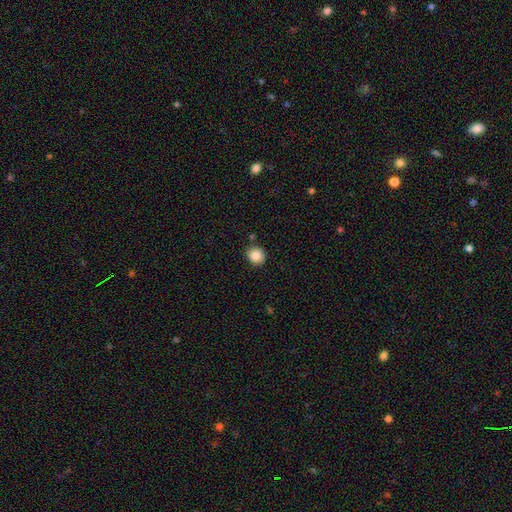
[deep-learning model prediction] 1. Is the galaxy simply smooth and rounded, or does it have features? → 87% smooth, 9% star or artifact, 4% featured or disk.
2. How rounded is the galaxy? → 83% round, 16% in between, 1% cigar-shaped.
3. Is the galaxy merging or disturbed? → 86% none, 9% minor disturbance, 3% merger, 2% major disturbance.